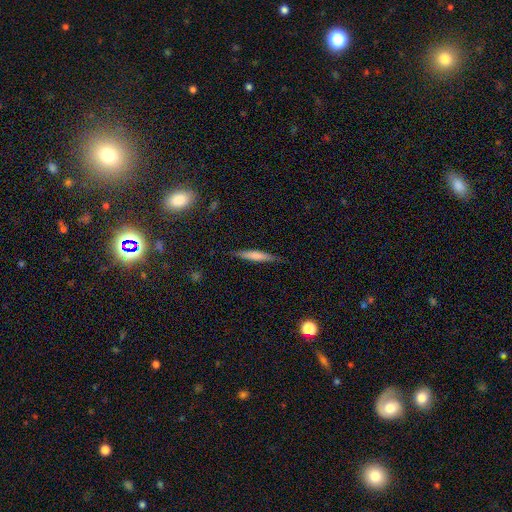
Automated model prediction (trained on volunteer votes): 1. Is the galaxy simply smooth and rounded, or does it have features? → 62% smooth, 31% featured or disk, 6% star or artifact.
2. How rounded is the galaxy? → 91% cigar-shaped, 8% in between, 1% round.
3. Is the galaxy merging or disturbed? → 86% none, 11% minor disturbance, 2% major disturbance, 1% merger.